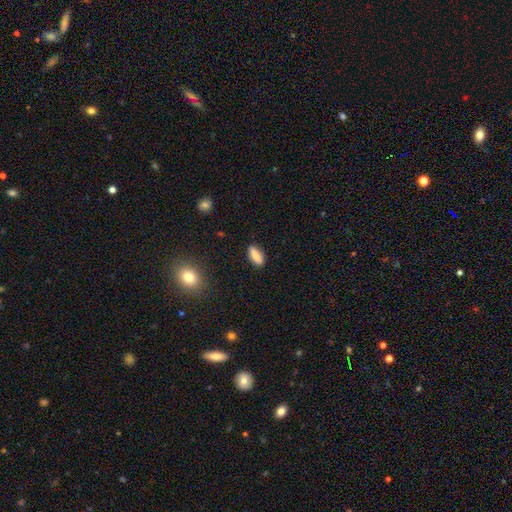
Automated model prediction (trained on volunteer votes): smooth-or-featured: smooth: 80% | featured or disk: 12% | star or artifact: 8%
  how-rounded: in between: 58% | cigar-shaped: 39% | round: 3%
  merging: none: 86% | minor disturbance: 10% | major disturbance: 2% | merger: 2%